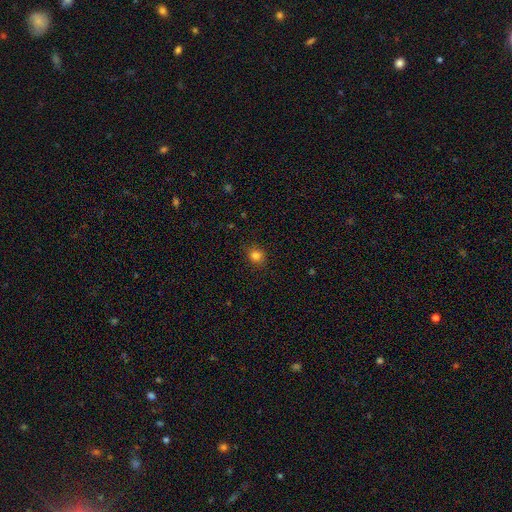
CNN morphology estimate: The model was most divided on "how rounded": round: 73%, in between: 26%, cigar-shaped: 1%. More confident: merging — none (87%); smooth or featured — smooth (82%).